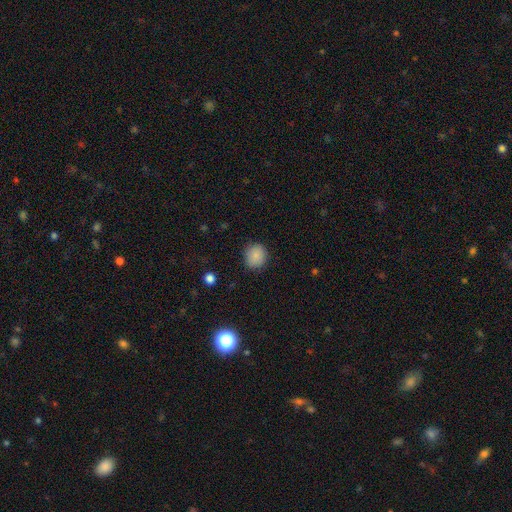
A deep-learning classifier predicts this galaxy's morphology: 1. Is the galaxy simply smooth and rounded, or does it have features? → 87% smooth, 9% star or artifact, 5% featured or disk.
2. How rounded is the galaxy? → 85% round, 14% in between, 1% cigar-shaped.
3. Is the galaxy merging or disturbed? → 88% none, 8% minor disturbance, 2% major disturbance, 1% merger.